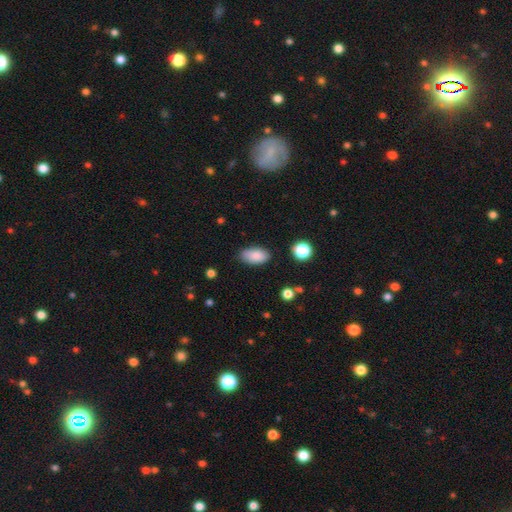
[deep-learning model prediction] Smooth or featured? smooth (87%)
How rounded? in between (93%)
Merging? none (82%)